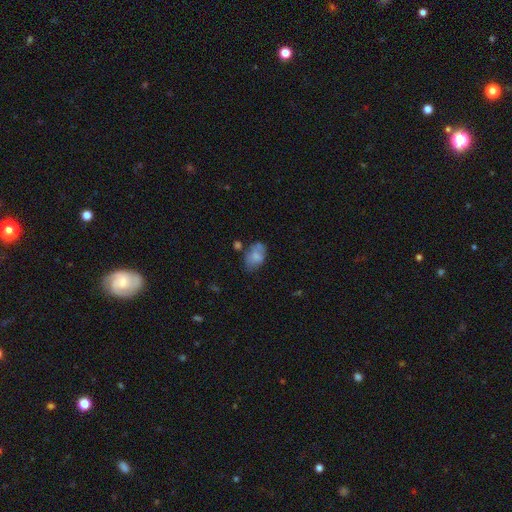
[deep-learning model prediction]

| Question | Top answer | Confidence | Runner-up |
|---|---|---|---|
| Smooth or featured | smooth | 71% | featured or disk (21%) |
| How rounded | in between | 87% | round (11%) |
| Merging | none | 50% | minor disturbance (28%) |